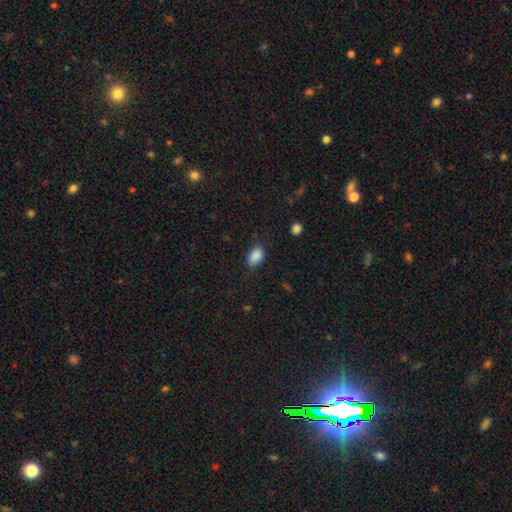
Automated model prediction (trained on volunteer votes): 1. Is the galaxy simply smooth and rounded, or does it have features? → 88% smooth, 8% star or artifact, 3% featured or disk.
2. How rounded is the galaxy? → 91% in between, 8% round, 2% cigar-shaped.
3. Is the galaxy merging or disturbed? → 79% none, 16% minor disturbance, 4% major disturbance, 1% merger.